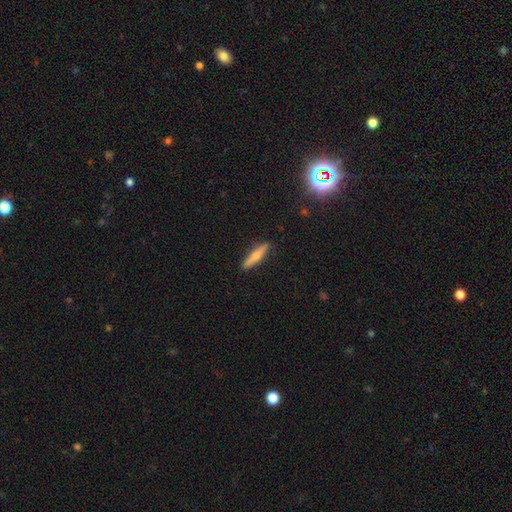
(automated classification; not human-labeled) Smooth or featured? smooth (58%)
How rounded? cigar-shaped (86%)
Merging? none (89%)